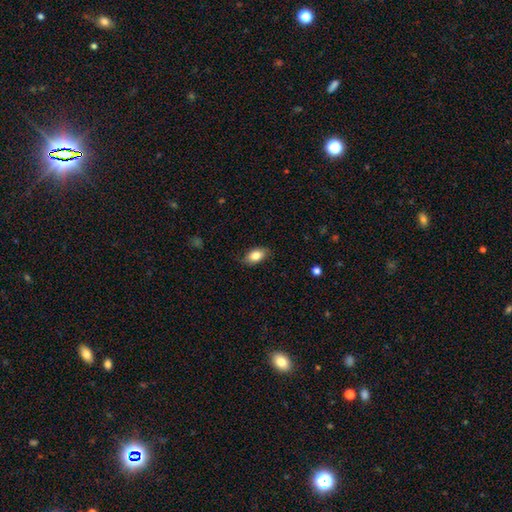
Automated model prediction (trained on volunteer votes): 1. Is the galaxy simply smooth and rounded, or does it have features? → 84% smooth, 9% featured or disk, 7% star or artifact.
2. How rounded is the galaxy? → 90% in between, 7% round, 2% cigar-shaped.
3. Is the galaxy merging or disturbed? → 83% none, 14% minor disturbance, 3% major disturbance, 1% merger.